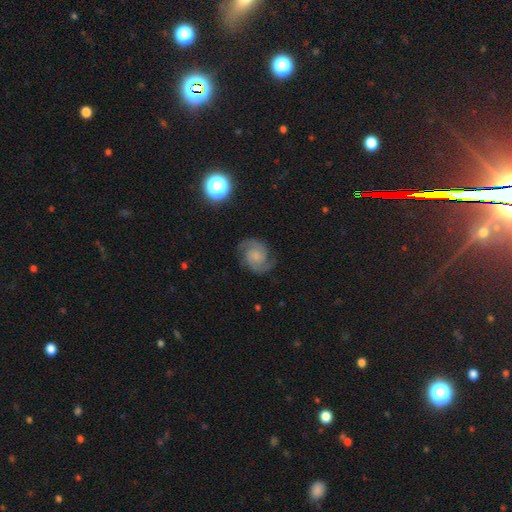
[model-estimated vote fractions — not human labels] smooth_or_featured: featured or disk (p=0.86) [alt: smooth p=0.08]
disk_edge_on: no (p=0.98) [alt: yes p=0.02]
bar: no (p=0.67) [alt: weak p=0.28]
has_spiral_arms: yes (p=0.98) [alt: no p=0.02]
spiral_winding: medium (p=0.53) [alt: tight p=0.33]
spiral_arm_count: 2 (p=0.92) [alt: can't tell p=0.03]
bulge_size: small (p=0.51) [alt: moderate p=0.25]
merging: none (p=0.81) [alt: minor disturbance p=0.13]